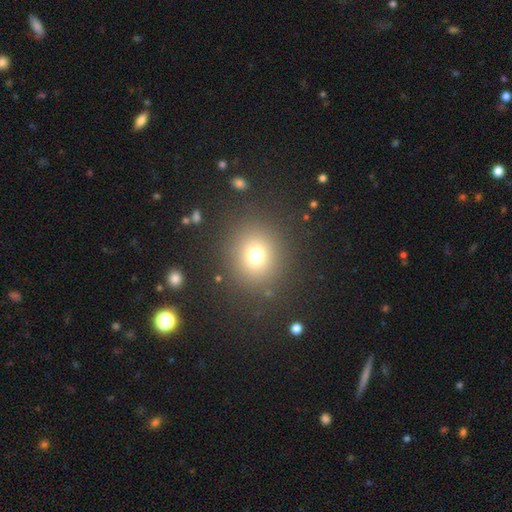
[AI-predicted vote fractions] Smooth or featured?
  - smooth: 72% *
  - star or artifact: 18%
  - featured or disk: 9%
How rounded?
  - round: 84% *
  - in between: 15%
  - cigar-shaped: 1%
Merging?
  - none: 86% *
  - minor disturbance: 7%
  - major disturbance: 5%
  - merger: 2%